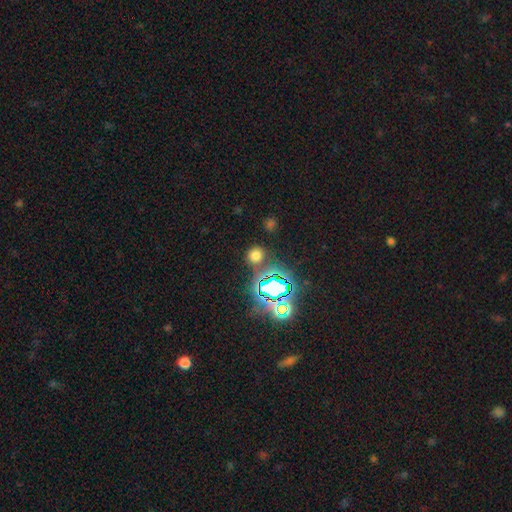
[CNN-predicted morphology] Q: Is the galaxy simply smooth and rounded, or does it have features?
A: smooth — 61%.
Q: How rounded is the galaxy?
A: round — 84%.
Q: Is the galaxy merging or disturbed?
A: none — 80%.